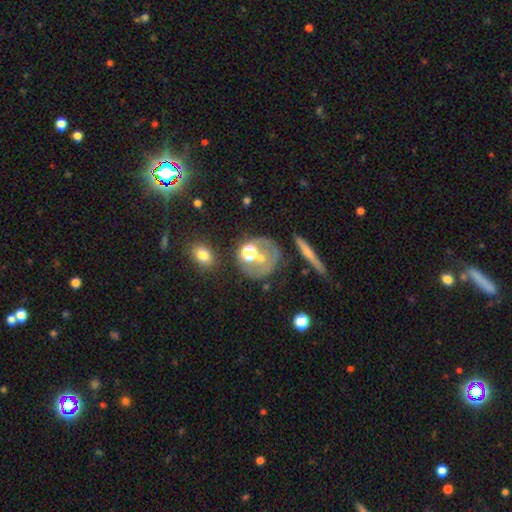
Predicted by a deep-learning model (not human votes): A smooth galaxy with no disk features (49%).

Vote fractions:
- Smooth or featured? smooth: 49% / featured or disk: 35% / star or artifact: 16%
- Merging? none: 52% / merger: 18% / minor disturbance: 16% / major disturbance: 13%